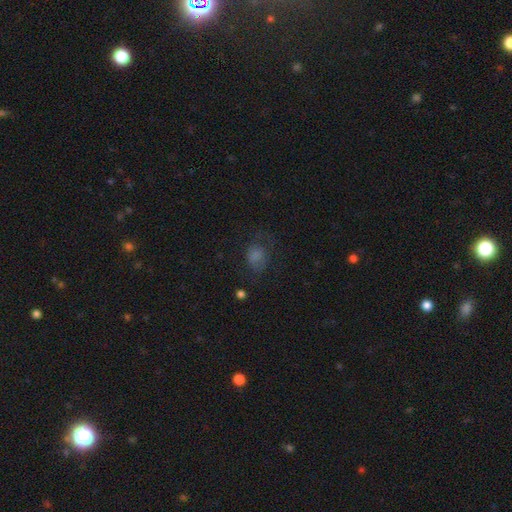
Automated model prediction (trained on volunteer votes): smooth 59%, star or artifact 24%, featured or disk 17%. Down the decision tree: how rounded — round (52%); merging — none (60%).